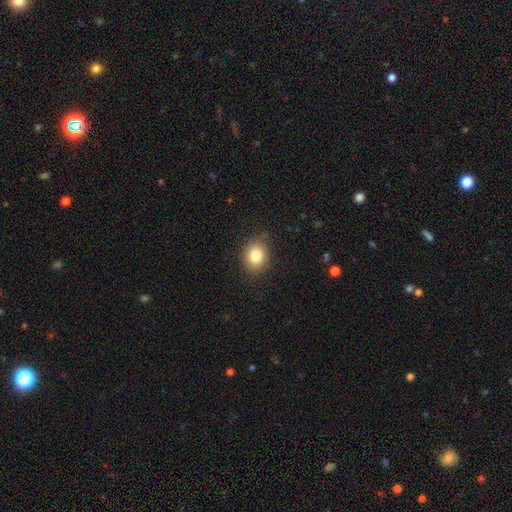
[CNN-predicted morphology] Smooth or featured? smooth (81%)
How rounded? round (55%)
Merging? none (86%)